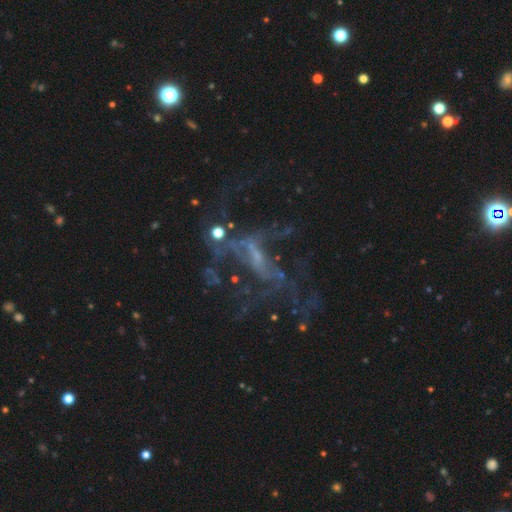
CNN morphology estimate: Overall: featured or disk (69%). Edge-on disk: no (94%). Bar: no (42%; weak 37%). Spiral arms: yes (56%; no 44%). Bulge size: small (50%; none 32%). Merging: major disturbance (39%, tied with none).